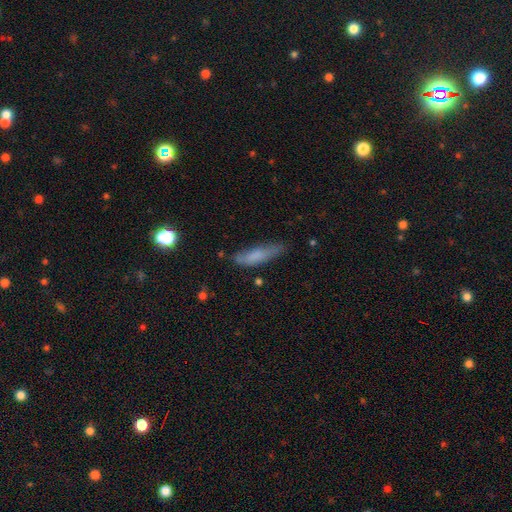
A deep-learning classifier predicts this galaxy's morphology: type=smooth (73%); roundness=cigar-shaped (64%); merging=none (60%).